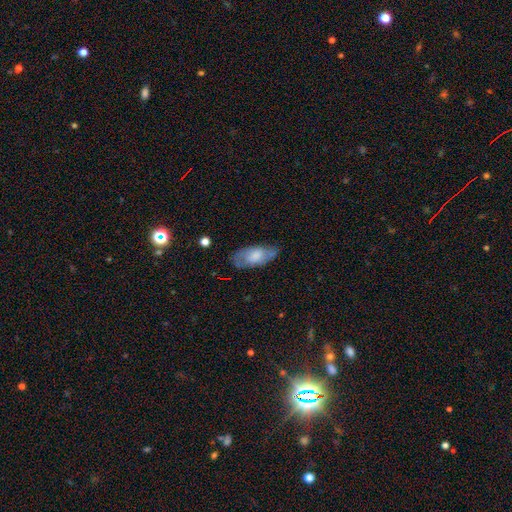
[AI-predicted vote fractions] This is likely a smooth galaxy (64%). How rounded: clearly in between (88%). Merging: likely none (64%).